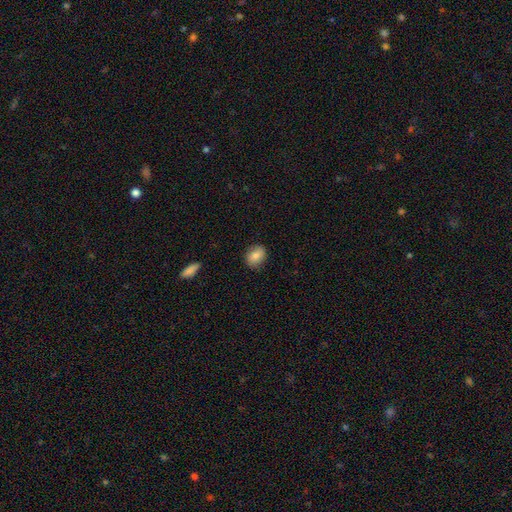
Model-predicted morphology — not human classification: This appears to be a smooth galaxy with no disk features (81%) that is in between round and cigar-shaped (54%). Merging: none (85%).